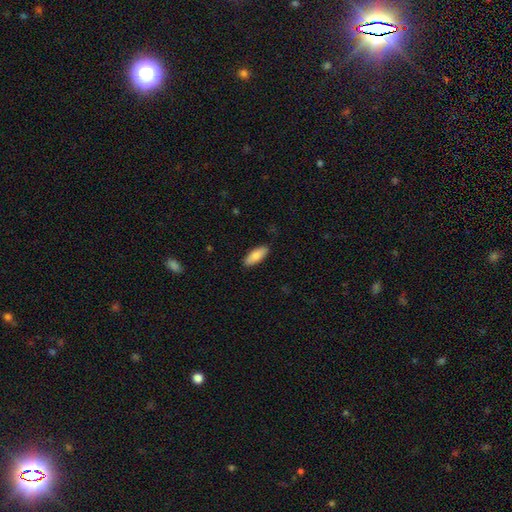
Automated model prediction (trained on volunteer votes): A smooth galaxy with no disk features (83%) that is in between round and cigar-shaped (78%). Merging: none (88%).